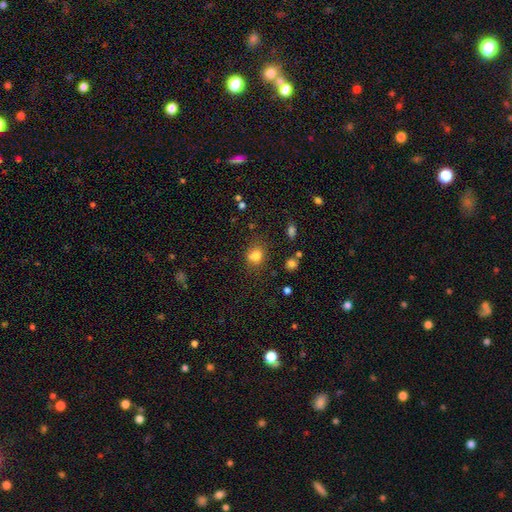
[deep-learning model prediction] Overall: smooth (77%). How rounded: round (56%; in between 43%). Merging: none (56%; merger 19%).